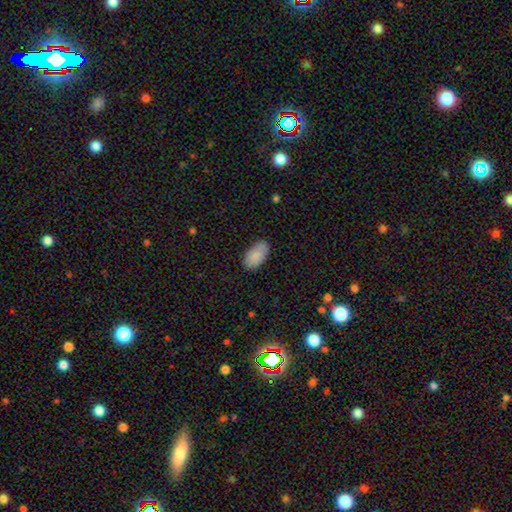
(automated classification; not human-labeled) smooth 88%, star or artifact 6%, featured or disk 5%. Down the decision tree: how rounded — in between (95%); merging — none (81%).